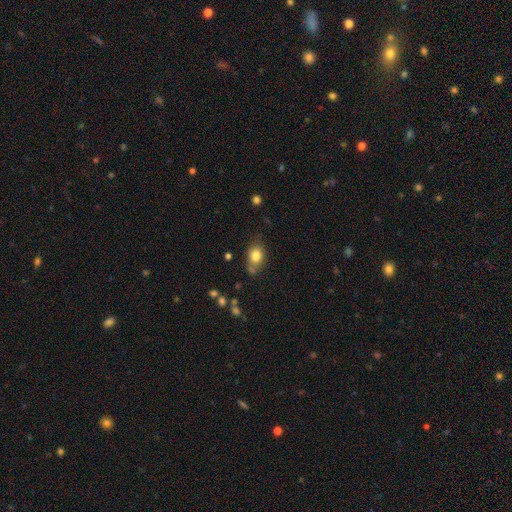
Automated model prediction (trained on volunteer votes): The model was most divided on "merging": none: 63%, minor disturbance: 25%, merger: 7%, major disturbance: 6%. More confident: smooth or featured — smooth (81%); how rounded — in between (70%).